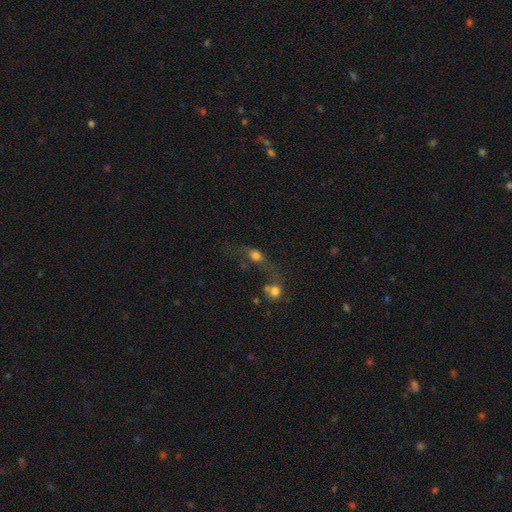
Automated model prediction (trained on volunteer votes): Q: Smooth or featured?
A: smooth (61%); runner-up: featured or disk (25%)
Q: How rounded?
A: in between (51%); runner-up: round (35%)
Q: Merging?
A: merger (36%); runner-up: none (28%)